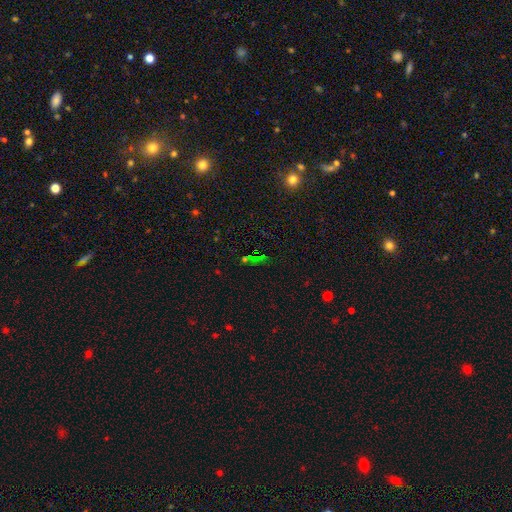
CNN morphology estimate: Smooth or featured? Predicted: star or artifact (p=0.67).